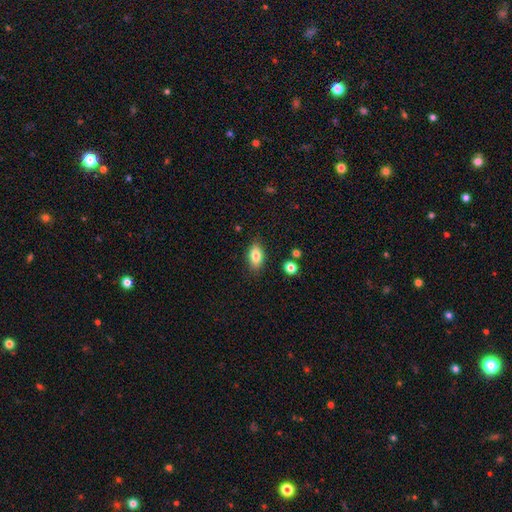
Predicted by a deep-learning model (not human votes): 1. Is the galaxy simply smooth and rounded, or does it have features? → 83% smooth, 10% featured or disk, 8% star or artifact.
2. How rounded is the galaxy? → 88% in between, 6% round, 6% cigar-shaped.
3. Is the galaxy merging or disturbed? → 85% none, 11% minor disturbance, 2% major disturbance, 2% merger.